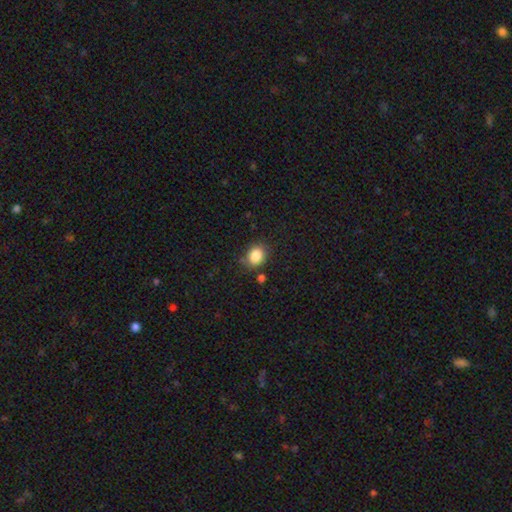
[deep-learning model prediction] A smooth galaxy with no disk features (85%) that is round (59%). Merging: none (76%).